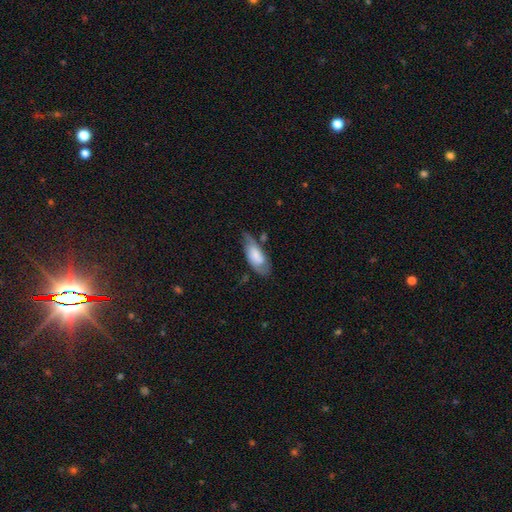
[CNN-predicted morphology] This appears to be a smooth galaxy with no disk features (57%) that is in between round and cigar-shaped (84%). Merging: none (47%).